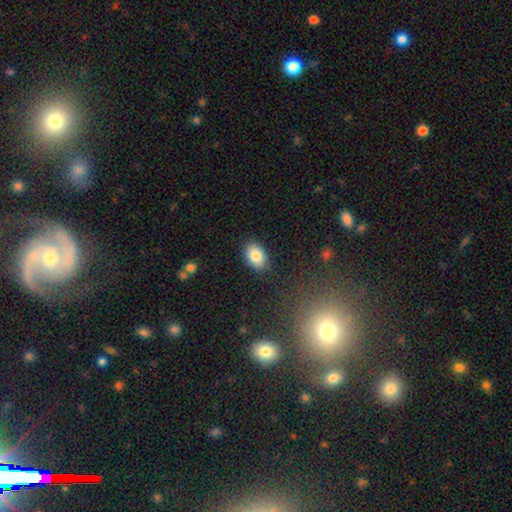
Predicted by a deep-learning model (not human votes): A smooth galaxy with no disk features (85%) that is in between round and cigar-shaped (86%).

Vote fractions:
- Smooth or featured? smooth: 85% / star or artifact: 8% / featured or disk: 7%
- How rounded? in between: 86% / round: 13% / cigar-shaped: 1%
- Merging? none: 86% / minor disturbance: 10% / major disturbance: 2% / merger: 2%